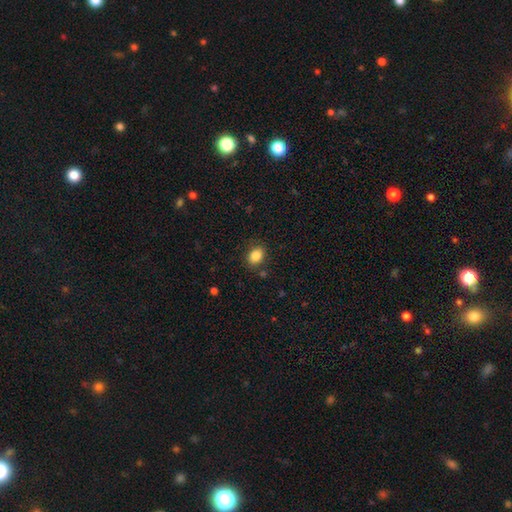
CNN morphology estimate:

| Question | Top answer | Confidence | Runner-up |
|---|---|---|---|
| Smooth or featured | smooth | 85% | star or artifact (10%) |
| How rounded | in between | 61% | round (38%) |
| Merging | none | 85% | minor disturbance (10%) |